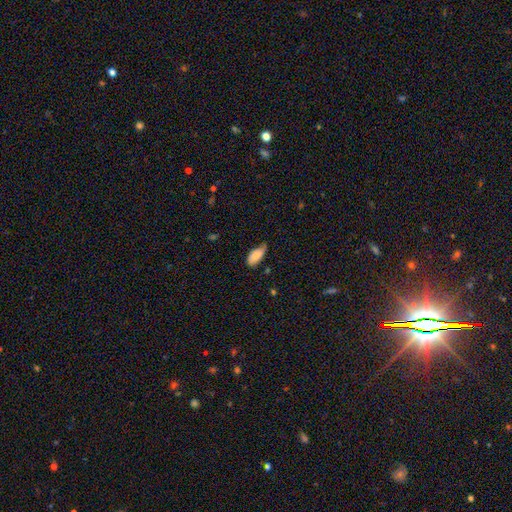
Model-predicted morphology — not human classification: Overall: smooth (82%). How rounded: in between (90%). Merging: none (52%; minor disturbance 39%).